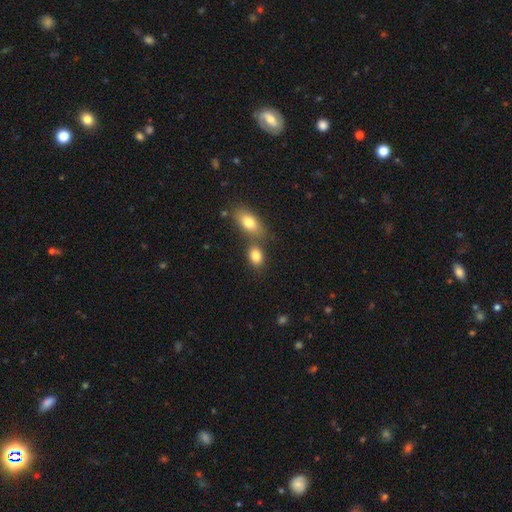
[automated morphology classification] Smooth or featured?
  - smooth: 83% *
  - featured or disk: 9%
  - star or artifact: 9%
How rounded?
  - in between: 79% *
  - round: 19%
  - cigar-shaped: 2%
Merging?
  - none: 52% *
  - merger: 34%
  - minor disturbance: 10%
  - major disturbance: 3%